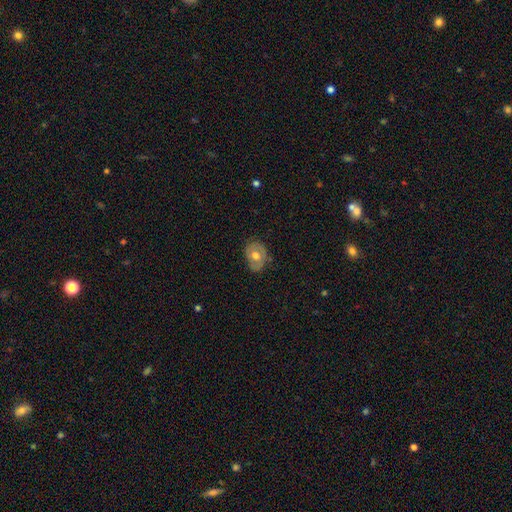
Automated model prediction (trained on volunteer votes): A smooth galaxy with no disk features (48%).

Vote fractions:
- Smooth or featured? smooth: 48% / featured or disk: 45% / star or artifact: 7%
- Merging? none: 74% / minor disturbance: 20% / major disturbance: 5% / merger: 1%